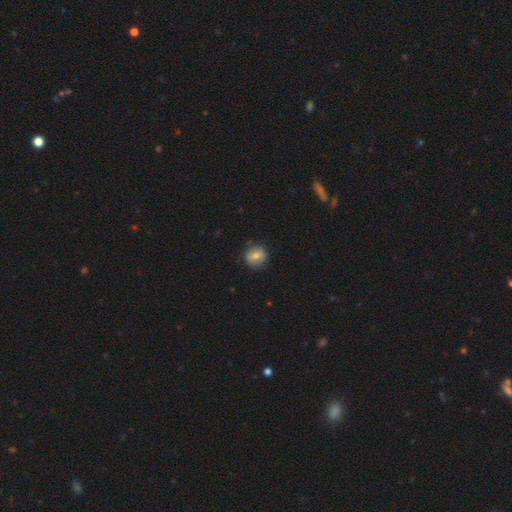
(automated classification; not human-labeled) Morphology: type=smooth (69%); roundness=round (83%); merging=none (79%).